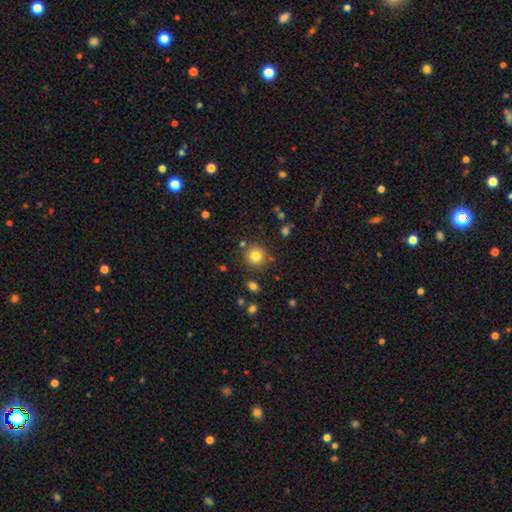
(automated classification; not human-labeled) Q: Smooth or featured?
A: smooth (81%); runner-up: star or artifact (12%)
Q: How rounded?
A: round (92%); runner-up: in between (7%)
Q: Merging?
A: none (84%); runner-up: minor disturbance (8%)